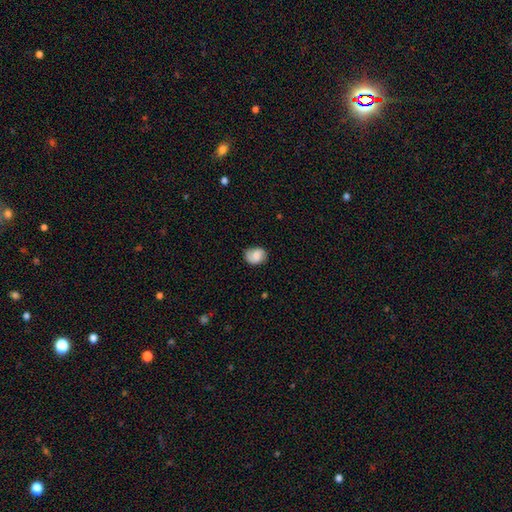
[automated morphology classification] A smooth galaxy with no disk features (67%) that is round (50%).

Vote fractions:
- Smooth or featured? smooth: 67% / featured or disk: 25% / star or artifact: 8%
- How rounded? round: 50% / in between: 49% / cigar-shaped: 1%
- Merging? none: 69% / minor disturbance: 23% / major disturbance: 6% / merger: 1%